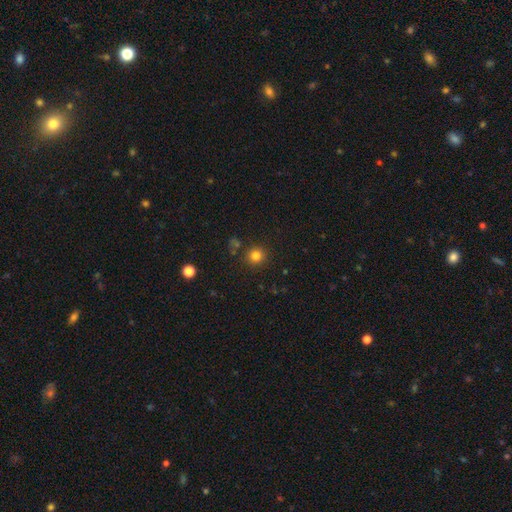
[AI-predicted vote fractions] smooth_or_featured: smooth (p=0.81) [alt: star or artifact p=0.14]
how_rounded: round (p=0.92) [alt: in between p=0.07]
merging: none (p=0.86) [alt: minor disturbance p=0.07]